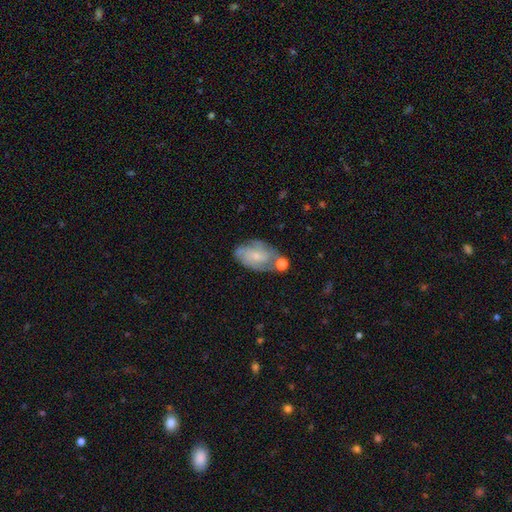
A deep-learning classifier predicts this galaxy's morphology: Smooth or featured? featured or disk (60%)
Edge-on disk? no (96%)
Bar? no (71%)
Spiral arms? yes (81%)
Bulge size? small (68%)
Merging? none (55%)